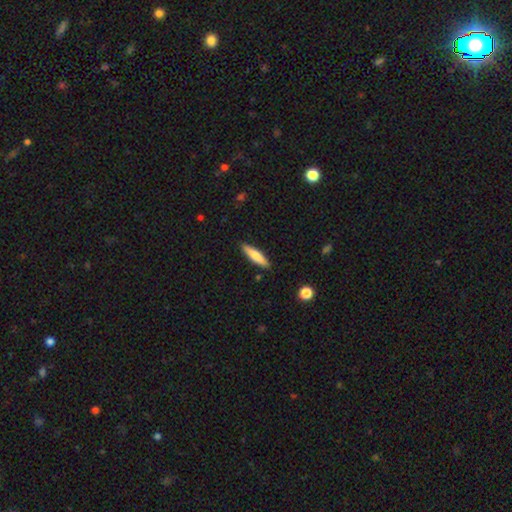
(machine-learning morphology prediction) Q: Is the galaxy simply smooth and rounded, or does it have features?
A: smooth — 72%.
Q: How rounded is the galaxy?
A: cigar-shaped — 80%.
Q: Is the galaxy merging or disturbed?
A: none — 89%.